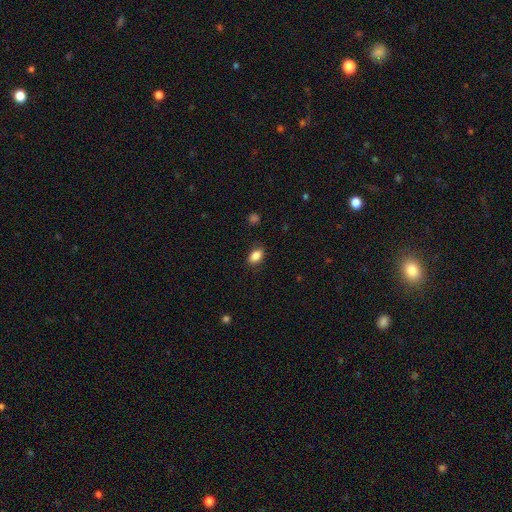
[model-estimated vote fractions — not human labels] smooth-or-featured: smooth: 86% | star or artifact: 9% | featured or disk: 6%
  how-rounded: in between: 86% | round: 12% | cigar-shaped: 2%
  merging: none: 85% | minor disturbance: 11% | major disturbance: 3% | merger: 1%